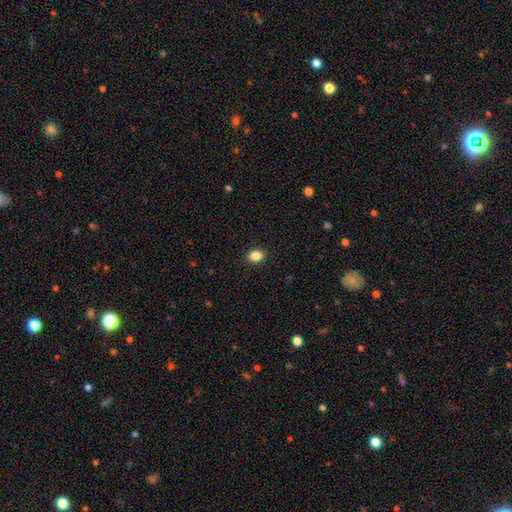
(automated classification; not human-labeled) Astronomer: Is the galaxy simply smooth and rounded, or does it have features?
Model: smooth — 86%.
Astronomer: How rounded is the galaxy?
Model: in between — 50% (runner-up: round, 49%).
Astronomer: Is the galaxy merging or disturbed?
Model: none — 91%.